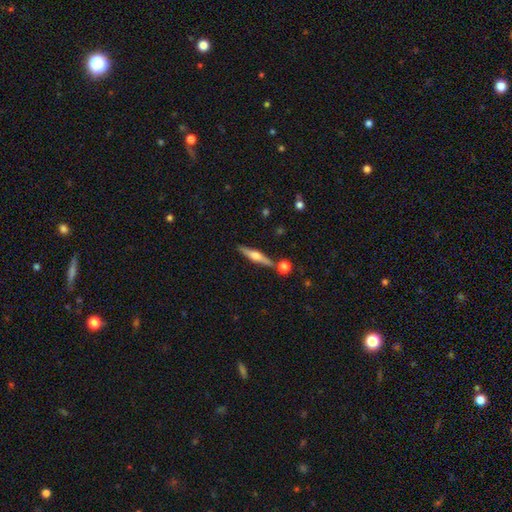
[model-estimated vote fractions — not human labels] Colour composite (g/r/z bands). It shows a featured or disk galaxy (64%) viewed edge-on (96%) with a rounded central bulge (88%). Merging: none (80%).